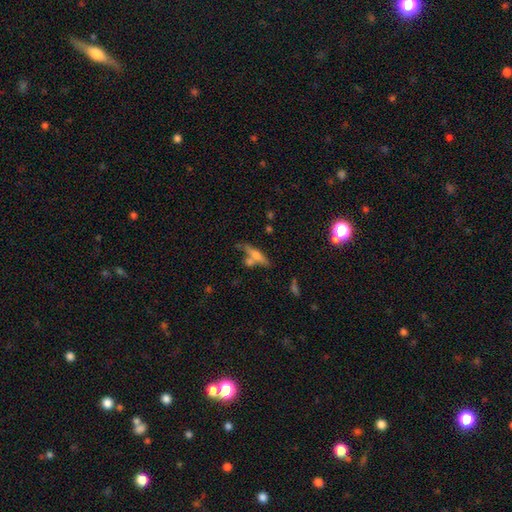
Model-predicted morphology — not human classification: Smooth or featured?
  - featured or disk: 48% *
  - smooth: 43%
  - star or artifact: 9%
Merging?
  - none: 61% *
  - merger: 21%
  - minor disturbance: 13%
  - major disturbance: 5%